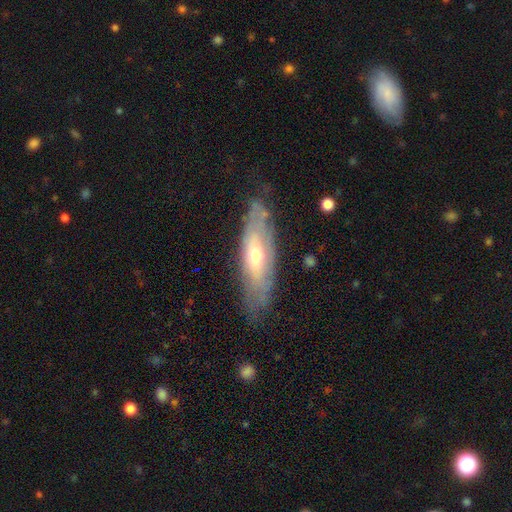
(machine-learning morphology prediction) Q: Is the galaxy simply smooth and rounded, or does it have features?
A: featured or disk — 57%.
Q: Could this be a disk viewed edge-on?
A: no — 65%.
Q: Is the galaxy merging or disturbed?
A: none — 69%.